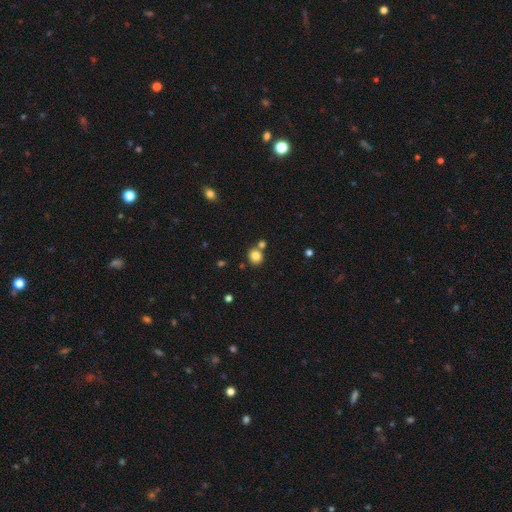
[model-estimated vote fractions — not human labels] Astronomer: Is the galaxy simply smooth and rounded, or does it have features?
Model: smooth — 82%.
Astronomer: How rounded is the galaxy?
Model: round — 82%.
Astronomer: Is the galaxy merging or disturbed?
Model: none — 69%.